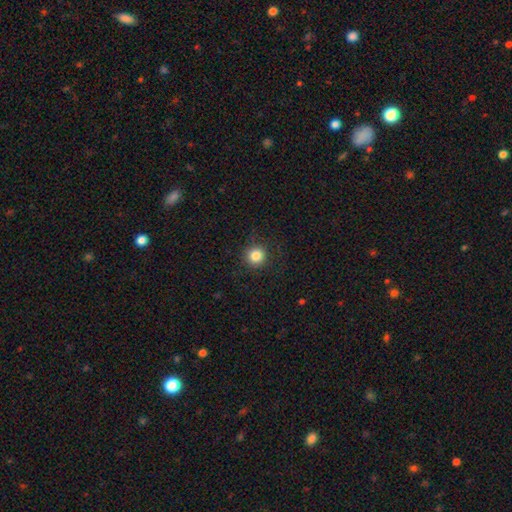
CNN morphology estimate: smooth_or_featured: smooth (p=0.84) [alt: star or artifact p=0.11]
how_rounded: round (p=0.94) [alt: in between p=0.05]
merging: none (p=0.90) [alt: minor disturbance p=0.06]